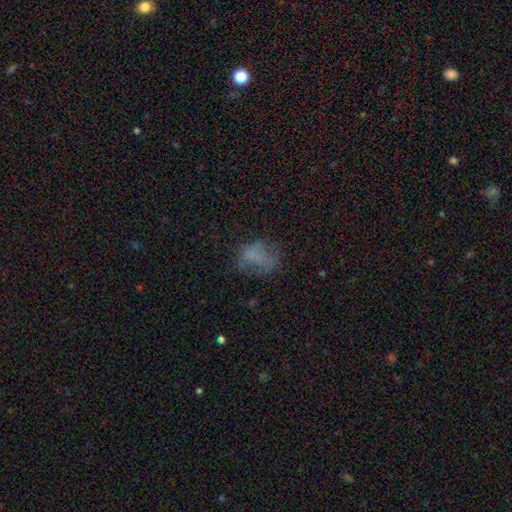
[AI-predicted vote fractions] Q: Smooth or featured?
A: smooth (56%); runner-up: featured or disk (28%)
Q: How rounded?
A: in between (63%); runner-up: round (34%)
Q: Merging?
A: none (47%); runner-up: major disturbance (25%)